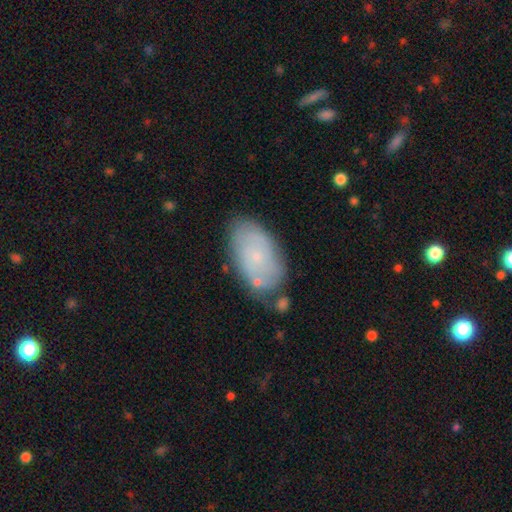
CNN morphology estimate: Smooth or featured? Predicted: smooth (p=0.48). Merging? Predicted: none (p=0.67).